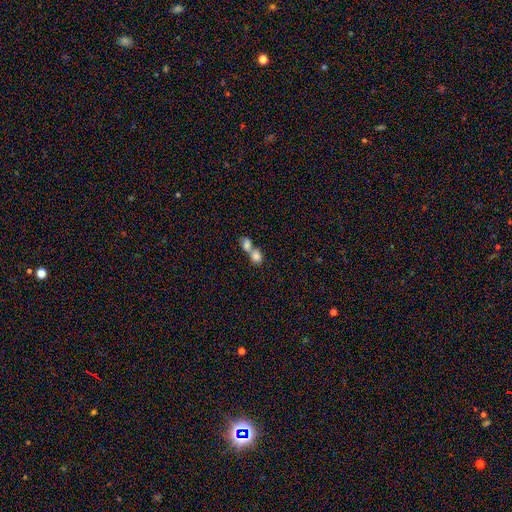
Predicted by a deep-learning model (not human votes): smooth-or-featured: smooth: 79% | featured or disk: 13% | star or artifact: 9%
  how-rounded: round: 52% | in between: 46% | cigar-shaped: 2%
  merging: merger: 73% | none: 19% | minor disturbance: 5% | major disturbance: 3%